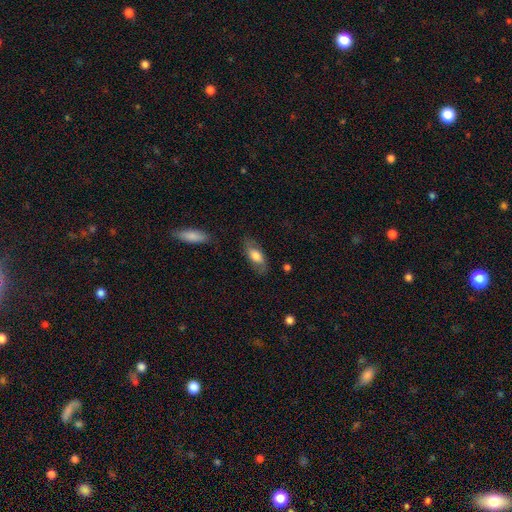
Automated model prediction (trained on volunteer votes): smooth-or-featured: smooth: 65% | featured or disk: 28% | star or artifact: 7%
  how-rounded: in between: 82% | cigar-shaped: 14% | round: 4%
  merging: none: 75% | minor disturbance: 17% | major disturbance: 6% | merger: 2%